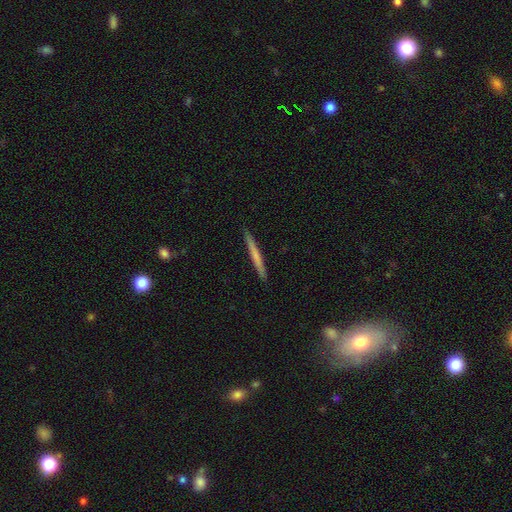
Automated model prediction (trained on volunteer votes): This is possibly a smooth galaxy (57%). How rounded: clearly cigar-shaped (97%). Merging: clearly none (92%).